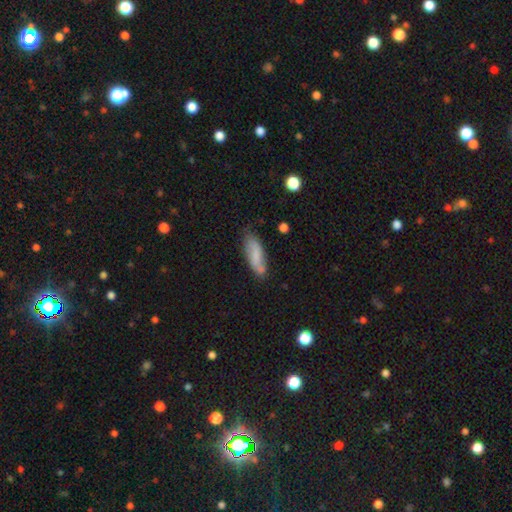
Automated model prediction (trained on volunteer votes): Smooth or featured: smooth — 67% (featured or disk — 26%)
How rounded: in between — 55% (cigar-shaped — 43%)
Merging: none — 68% (minor disturbance — 23%)